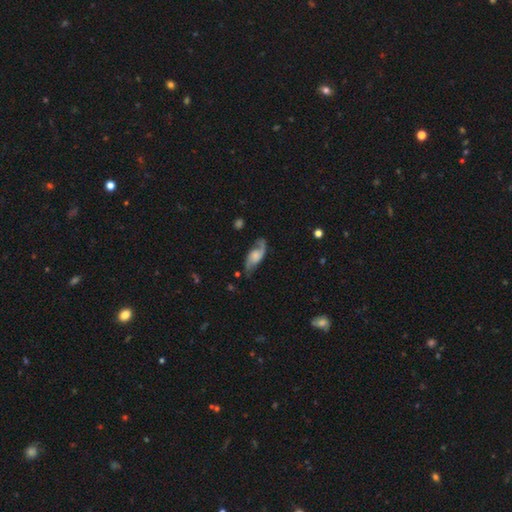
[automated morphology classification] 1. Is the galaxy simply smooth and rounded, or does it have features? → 78% featured or disk, 16% smooth, 6% star or artifact.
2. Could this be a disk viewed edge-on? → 93% no, 7% yes.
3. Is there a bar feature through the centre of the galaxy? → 59% no, 33% weak, 8% strong.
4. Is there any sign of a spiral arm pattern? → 95% yes, 5% no.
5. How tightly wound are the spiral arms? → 47% loose, 40% medium, 13% tight.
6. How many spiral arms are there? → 89% 2, 4% 1, 4% can't tell, 1% 3, 1% 4, 1% more than 4.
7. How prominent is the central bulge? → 32% small, 31% moderate, 20% none, 15% large, 3% dominant.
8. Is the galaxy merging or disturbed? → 73% none, 18% minor disturbance, 8% major disturbance, 2% merger.